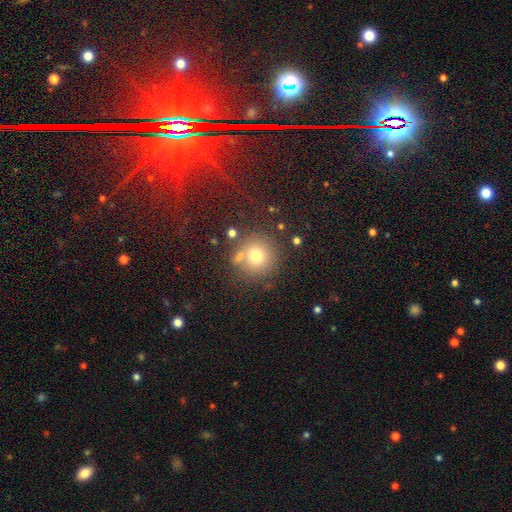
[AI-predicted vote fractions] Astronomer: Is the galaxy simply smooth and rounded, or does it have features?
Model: smooth — 73%.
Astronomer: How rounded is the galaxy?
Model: round — 92%.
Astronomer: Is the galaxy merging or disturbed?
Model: none — 70%.